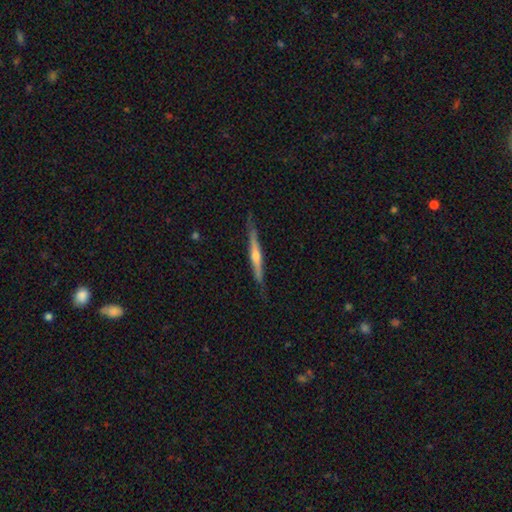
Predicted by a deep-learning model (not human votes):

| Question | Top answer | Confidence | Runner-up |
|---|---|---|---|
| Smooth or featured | featured or disk | 74% | smooth (21%) |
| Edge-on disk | yes | 98% | no (2%) |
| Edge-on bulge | rounded | 80% | none (14%) |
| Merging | none | 85% | minor disturbance (12%) |